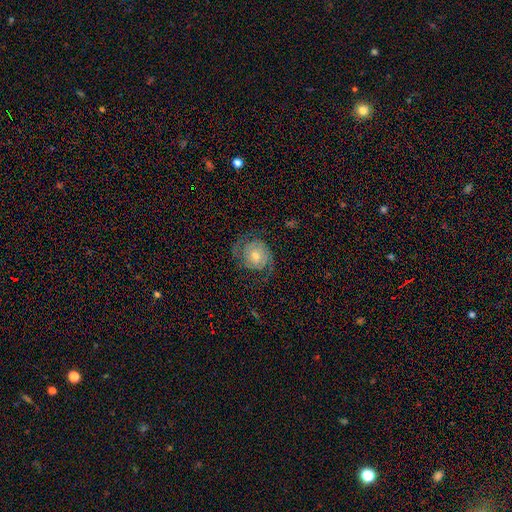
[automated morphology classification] A featured or disk galaxy (77%) with no bar (72%), 2 (75%) tight (55%) spiral arms (93%) and a moderate central bulge (58%). Merging: none (74%).